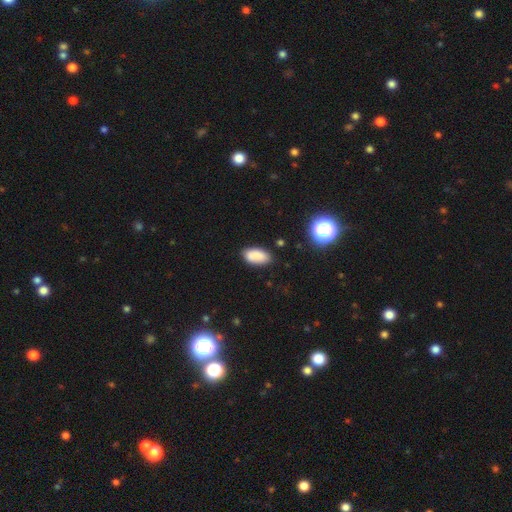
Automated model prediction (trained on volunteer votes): Overall: smooth (86%). How rounded: in between (92%). Merging: none (82%).